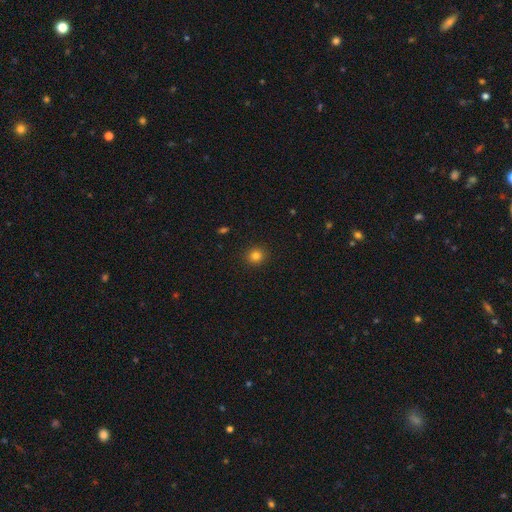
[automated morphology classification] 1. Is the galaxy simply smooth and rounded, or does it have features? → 81% smooth, 13% star or artifact, 5% featured or disk.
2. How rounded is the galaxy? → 88% round, 11% in between, 1% cigar-shaped.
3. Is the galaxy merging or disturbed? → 92% none, 5% minor disturbance, 2% major disturbance, 1% merger.